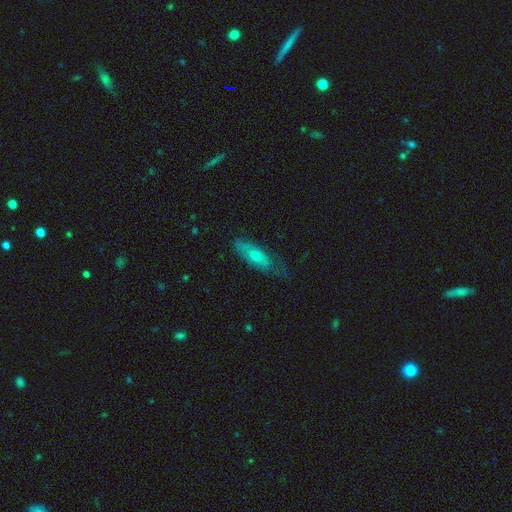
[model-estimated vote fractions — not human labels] This is possibly a smooth galaxy (52%). How rounded: likely in between (63%). Merging: possibly none (58%).